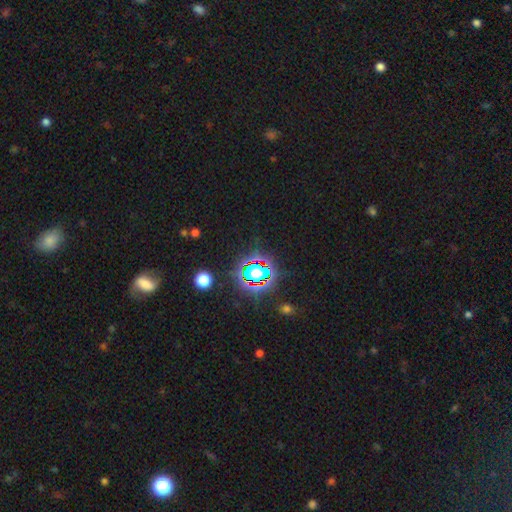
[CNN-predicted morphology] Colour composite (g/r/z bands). It shows a star or artifact, not a galaxy (80%).